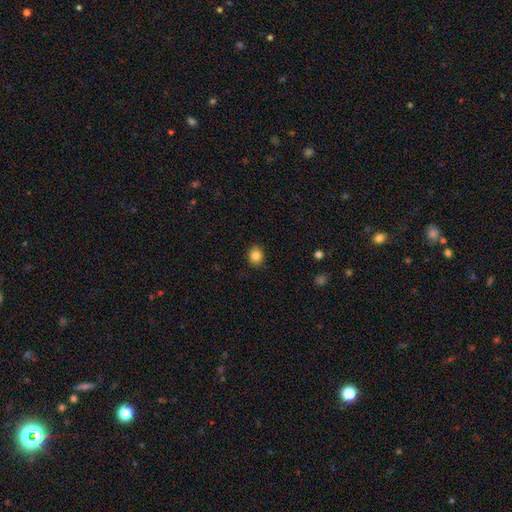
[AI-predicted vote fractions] smooth_or_featured: smooth (p=0.85) [alt: star or artifact p=0.10]
how_rounded: round (p=0.64) [alt: in between p=0.36]
merging: none (p=0.88) [alt: minor disturbance p=0.09]